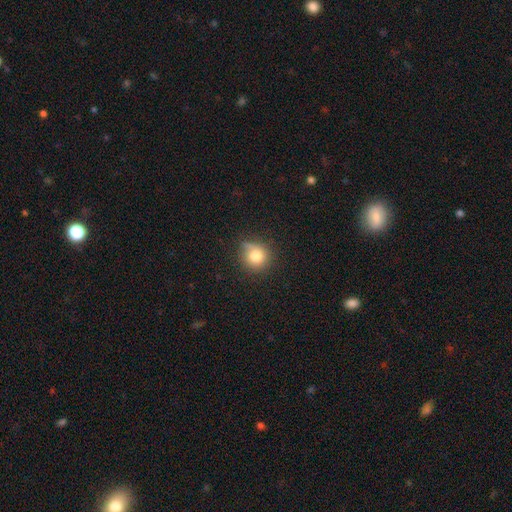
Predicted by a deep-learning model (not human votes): Smooth or featured?
  - smooth: 78% *
  - star or artifact: 11%
  - featured or disk: 10%
How rounded?
  - round: 89% *
  - in between: 10%
  - cigar-shaped: 1%
Merging?
  - none: 67% *
  - minor disturbance: 24%
  - major disturbance: 6%
  - merger: 3%